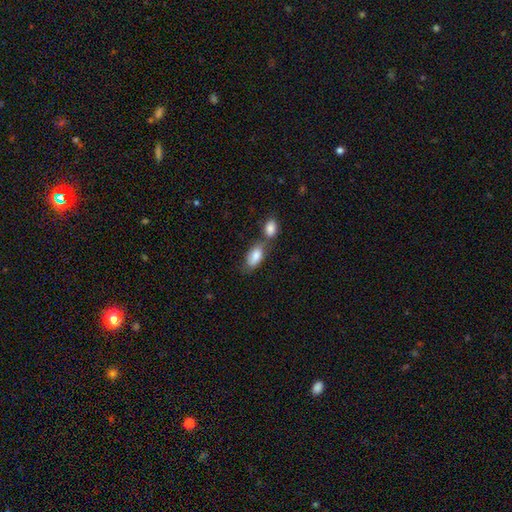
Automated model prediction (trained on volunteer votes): smooth_or_featured: smooth (p=0.83) [alt: featured or disk p=0.10]
how_rounded: in between (p=0.91) [alt: cigar-shaped p=0.05]
merging: merger (p=0.41) [alt: none p=0.40]